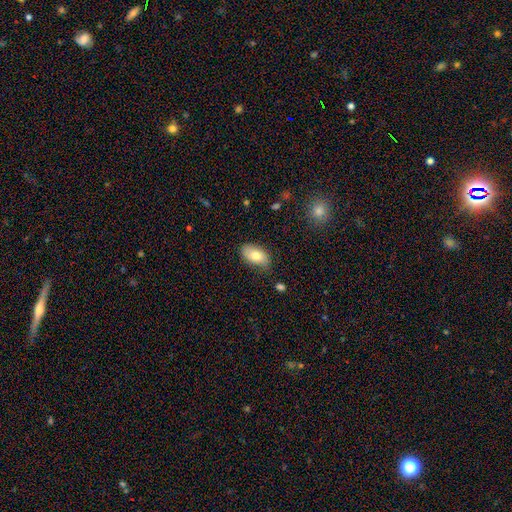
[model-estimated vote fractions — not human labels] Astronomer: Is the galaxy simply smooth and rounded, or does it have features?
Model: smooth — 75%.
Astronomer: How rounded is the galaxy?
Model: in between — 93%.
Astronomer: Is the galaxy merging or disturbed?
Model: none — 70%.